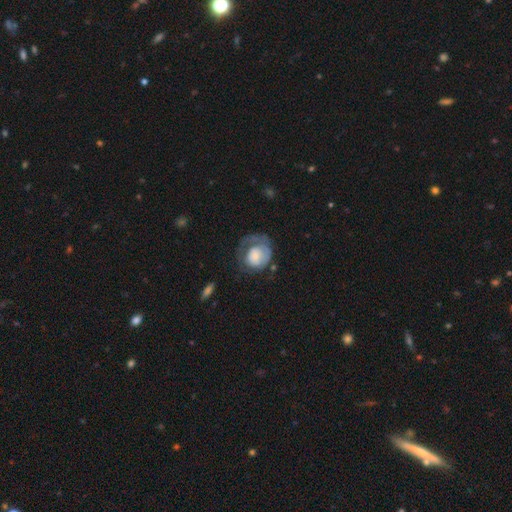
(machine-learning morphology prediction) A smooth galaxy with no disk features (49%). Merging: major disturbance (41%).